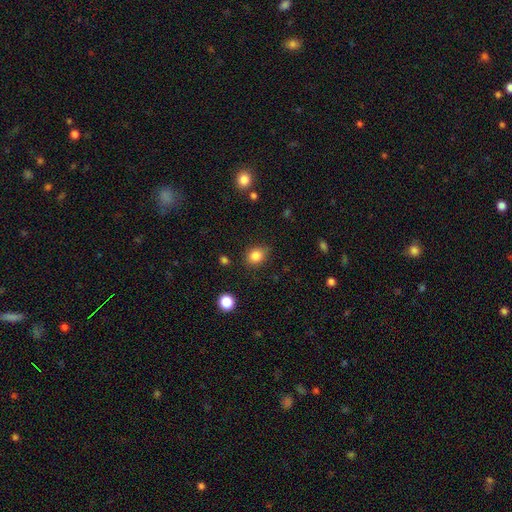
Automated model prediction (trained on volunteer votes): smooth_or_featured: smooth (p=0.84) [alt: star or artifact p=0.11]
how_rounded: round (p=0.59) [alt: in between p=0.40]
merging: none (p=0.80) [alt: minor disturbance p=0.14]